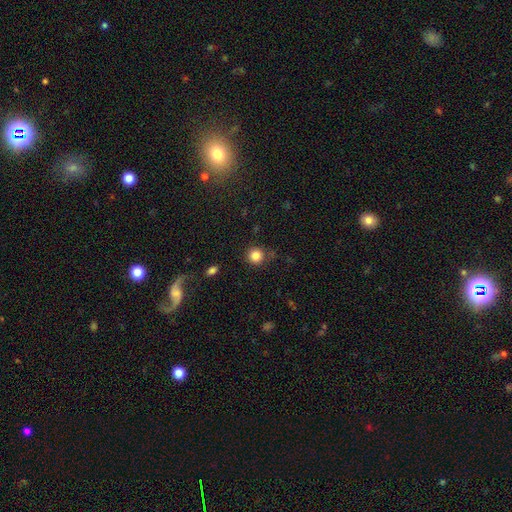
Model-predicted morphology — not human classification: Smooth or featured? Predicted: smooth (p=0.84). How rounded? Predicted: round (p=0.93). Merging? Predicted: none (p=0.85).